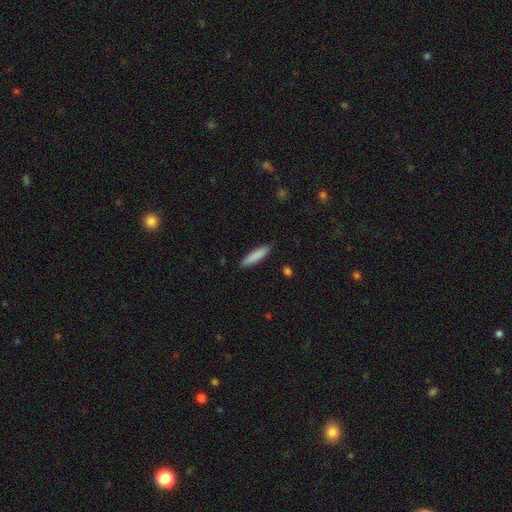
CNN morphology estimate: Smooth or featured: smooth — 85% (featured or disk — 9%)
How rounded: cigar-shaped — 81% (in between — 17%)
Merging: none — 88% (minor disturbance — 9%)